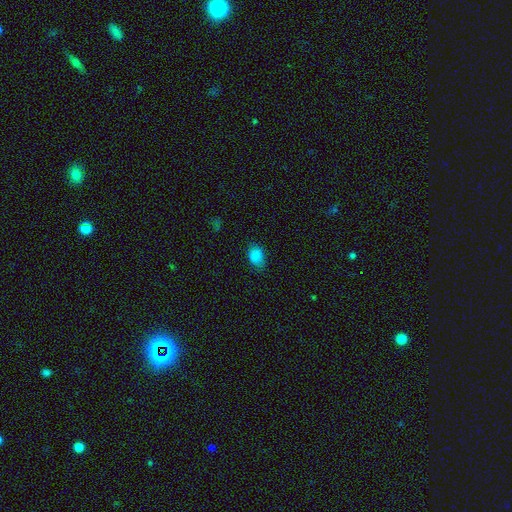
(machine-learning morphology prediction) Overall: smooth (85%). How rounded: in between (79%). Merging: none (71%).